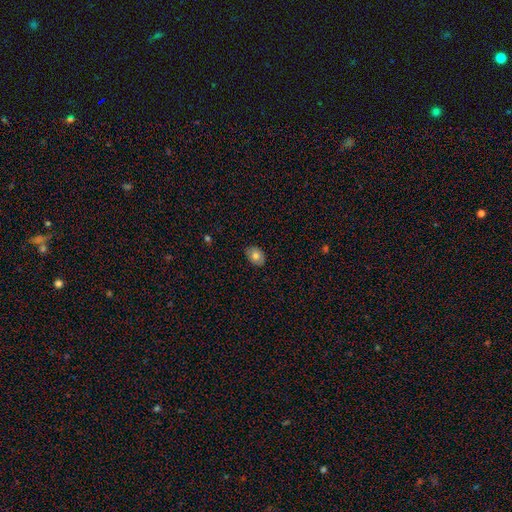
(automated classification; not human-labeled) A smooth galaxy with no disk features (76%) that is in between round and cigar-shaped (75%). Merging: none (84%).